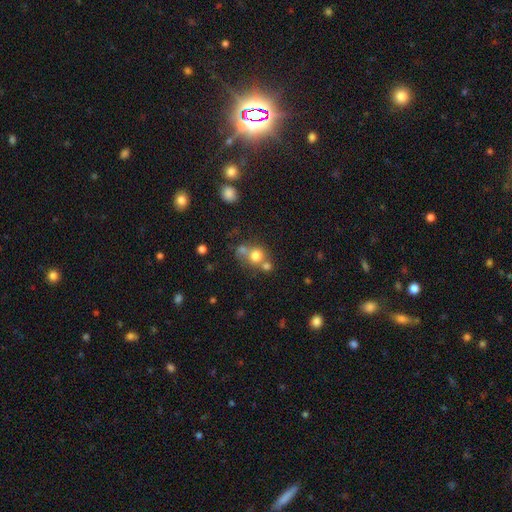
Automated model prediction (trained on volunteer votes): This is likely a smooth galaxy (72%). How rounded: clearly round (82%). Merging: marginally none (45%).